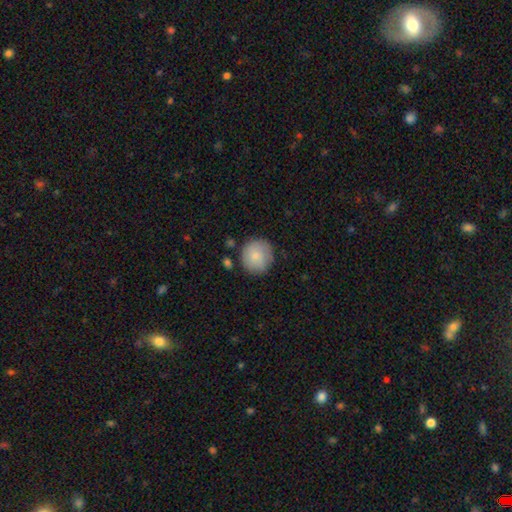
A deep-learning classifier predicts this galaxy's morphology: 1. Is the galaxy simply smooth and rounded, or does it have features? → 83% smooth, 11% featured or disk, 6% star or artifact.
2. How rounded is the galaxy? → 92% round, 7% in between, 1% cigar-shaped.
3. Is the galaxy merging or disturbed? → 78% none, 15% minor disturbance, 4% major disturbance, 4% merger.